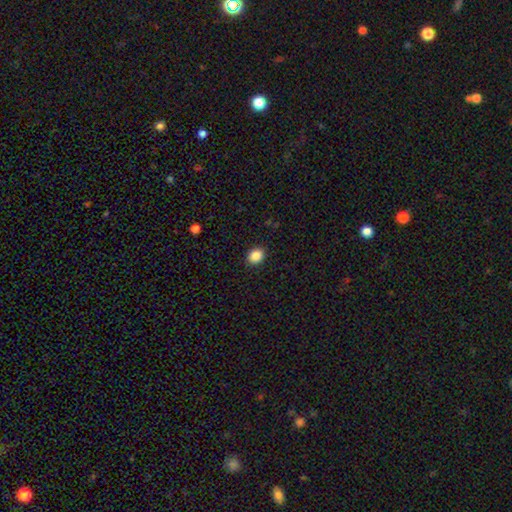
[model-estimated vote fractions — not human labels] Smooth or featured: smooth — 87% (star or artifact — 10%)
How rounded: round — 59% (in between — 41%)
Merging: none — 91% (minor disturbance — 6%)